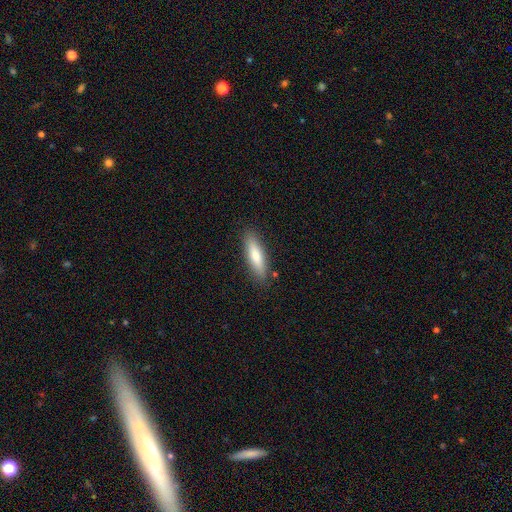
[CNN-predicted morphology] This appears to be a smooth galaxy with no disk features (73%) that is cigar-shaped (69%). Merging: none (86%).